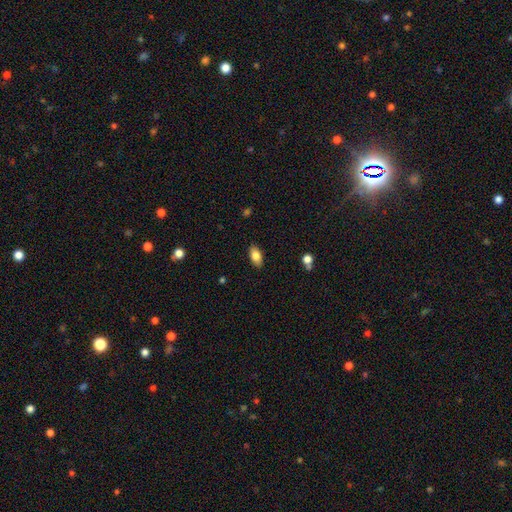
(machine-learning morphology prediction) This appears to be a smooth galaxy with no disk features (81%) that is in between round and cigar-shaped (91%). Merging: none (88%).